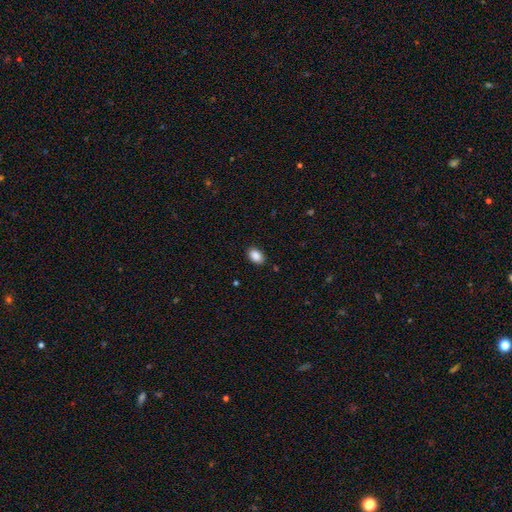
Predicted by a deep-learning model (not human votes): Overall: smooth (89%). How rounded: in between (86%). Merging: none (88%).